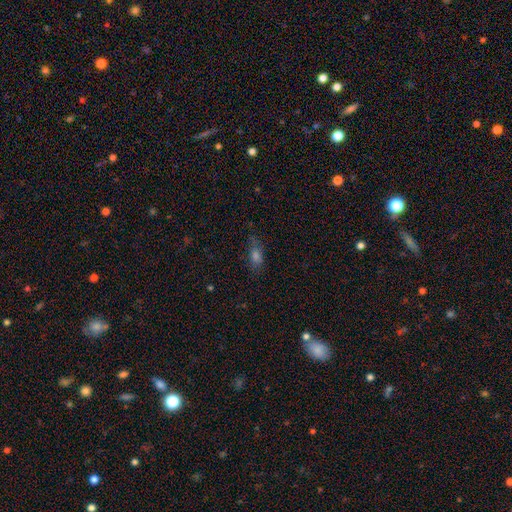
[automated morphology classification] A smooth galaxy with no disk features (63%) that is in between round and cigar-shaped (67%).

Vote fractions:
- Smooth or featured? smooth: 63% / star or artifact: 19% / featured or disk: 18%
- How rounded? in between: 67% / cigar-shaped: 25% / round: 8%
- Merging? none: 67% / minor disturbance: 22% / major disturbance: 8% / merger: 2%